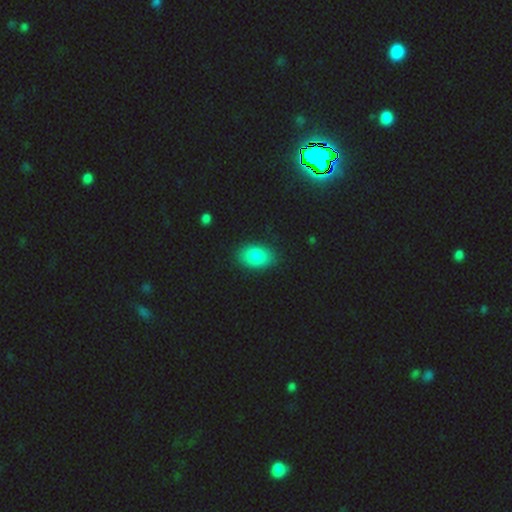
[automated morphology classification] Smooth or featured? Predicted: smooth (p=0.85). How rounded? Predicted: in between (p=0.86). Merging? Predicted: none (p=0.85).